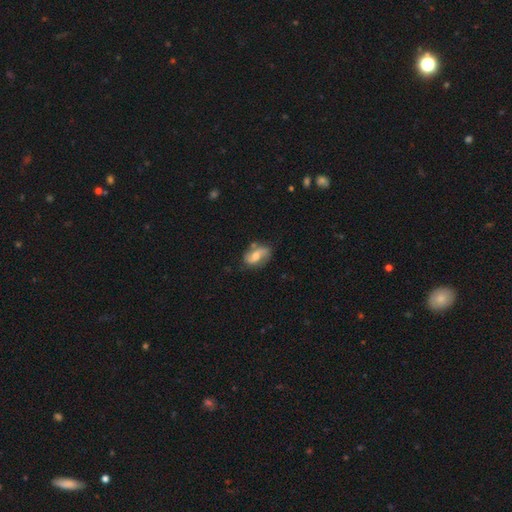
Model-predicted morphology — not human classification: Smooth or featured? featured or disk (63%)
Edge-on disk? no (96%)
Bar? no (45%)
Spiral arms? yes (89%)
Spiral winding? loose (54%)
Spiral arm count? 2 (87%)
Bulge size? moderate (57%)
Merging? none (66%)